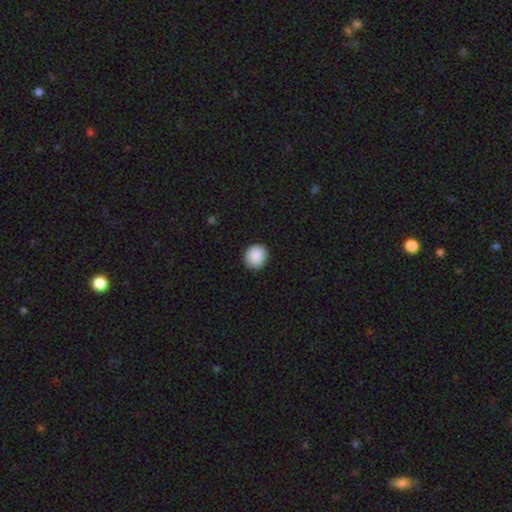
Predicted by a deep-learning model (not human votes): Overall: smooth (90%). How rounded: round (87%). Merging: none (90%).